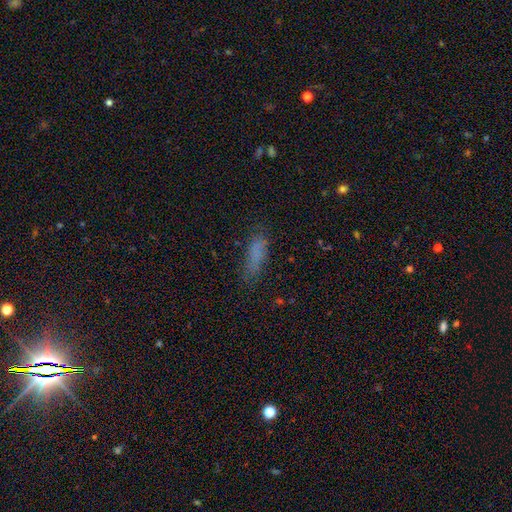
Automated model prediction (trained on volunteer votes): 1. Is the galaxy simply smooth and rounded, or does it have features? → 78% smooth, 11% star or artifact, 11% featured or disk.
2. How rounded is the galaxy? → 50% cigar-shaped, 48% in between, 2% round.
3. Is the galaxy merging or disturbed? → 70% none, 20% minor disturbance, 8% major disturbance, 2% merger.